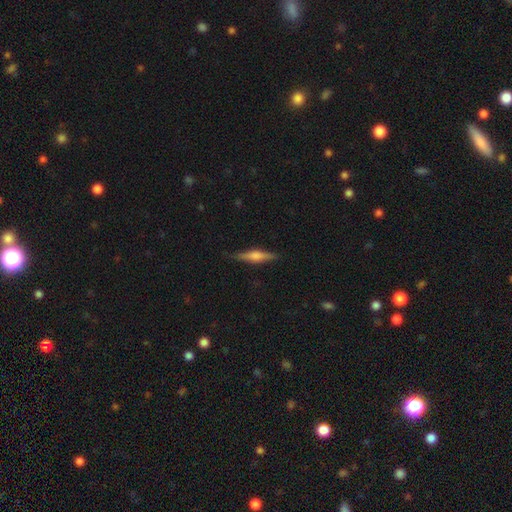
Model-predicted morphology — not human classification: smooth_or_featured: featured or disk (p=0.63) [alt: smooth p=0.31]
disk_edge_on: yes (p=0.97) [alt: no p=0.03]
edge_on_bulge: rounded (p=0.78) [alt: boxy p=0.16]
merging: none (p=0.87) [alt: minor disturbance p=0.10]